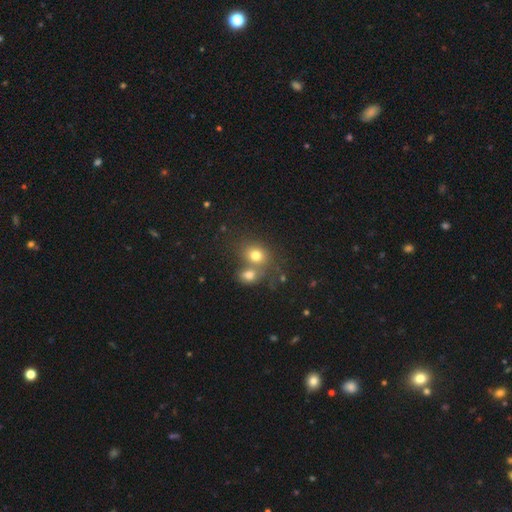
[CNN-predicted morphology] type=smooth (75%); roundness=round (64%); merging=merger (46%).